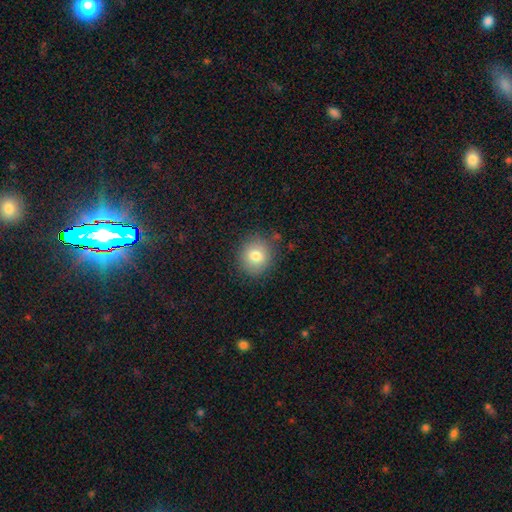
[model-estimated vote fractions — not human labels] This is likely a smooth galaxy (79%). How rounded: clearly round (85%). Merging: clearly none (85%).